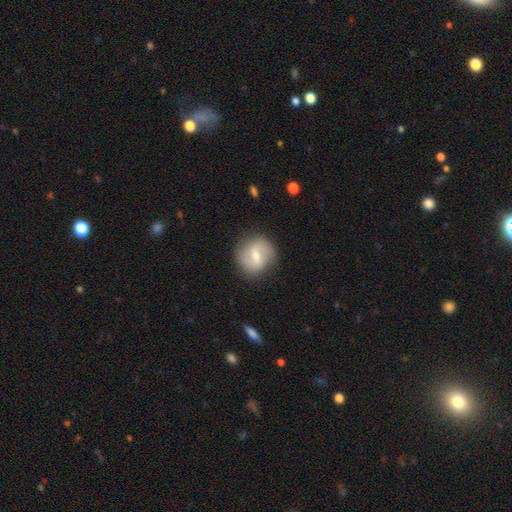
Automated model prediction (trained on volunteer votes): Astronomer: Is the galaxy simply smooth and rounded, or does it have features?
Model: featured or disk — 67%.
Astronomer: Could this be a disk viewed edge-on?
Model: no — 97%.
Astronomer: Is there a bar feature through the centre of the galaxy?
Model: weak — 61%.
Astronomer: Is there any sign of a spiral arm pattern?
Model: yes — 89%.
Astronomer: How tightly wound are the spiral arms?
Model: medium — 45% (runner-up: loose, 38%).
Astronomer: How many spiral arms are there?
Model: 2 — 89%.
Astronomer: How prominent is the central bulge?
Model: small — 46%, tied with moderate at 46%.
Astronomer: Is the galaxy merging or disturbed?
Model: none — 83%.